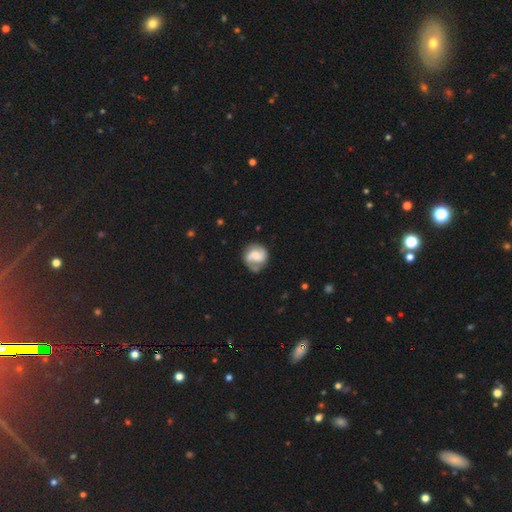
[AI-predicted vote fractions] The model was most divided on "bulge size" (2-way tie): small: 33%, moderate: 33%, none: 19%, large: 13%, dominant: 3%. Remaining: edge-on disk — no (98%); spiral arms — yes (89%); spiral arm count — 2 (77%); merging — none (64%); smooth or featured — featured or disk (63%); spiral winding — medium (44%); bar — weak (44%).